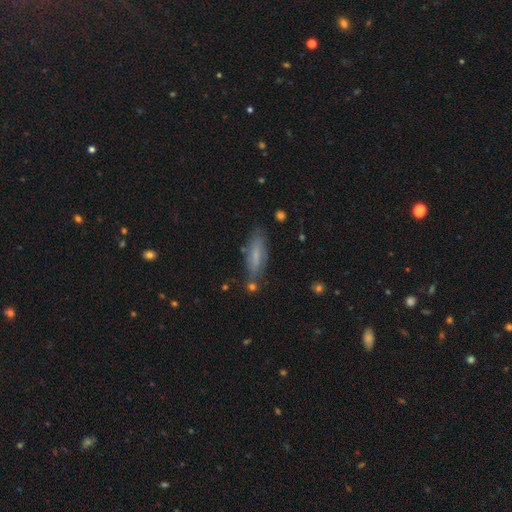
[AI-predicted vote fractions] Smooth or featured: smooth — 62% (featured or disk — 29%)
How rounded: cigar-shaped — 55% (in between — 43%)
Merging: none — 75% (minor disturbance — 16%)